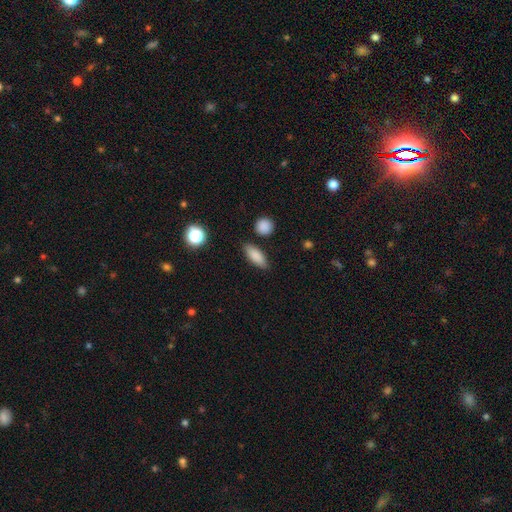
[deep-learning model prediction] Overall: smooth (84%). How rounded: in between (73%). Merging: none (82%).